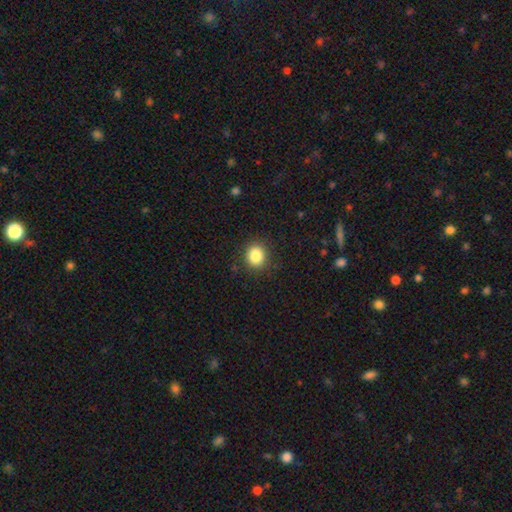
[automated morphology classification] smooth 85%, star or artifact 10%, featured or disk 5%. Down the decision tree: how rounded — round (82%); merging — none (89%).